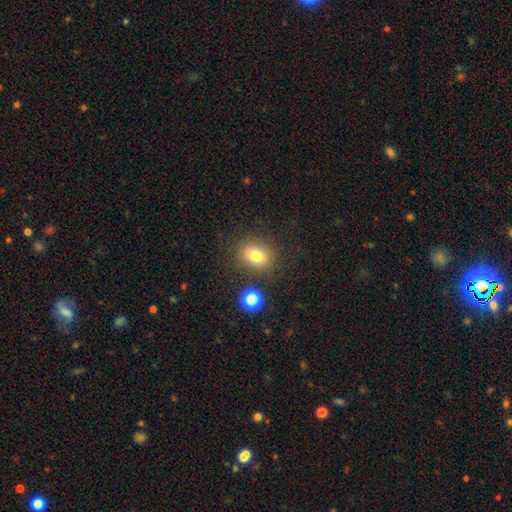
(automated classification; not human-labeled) Morphology: type=smooth (77%); roundness=in between (51%); merging=none (81%).